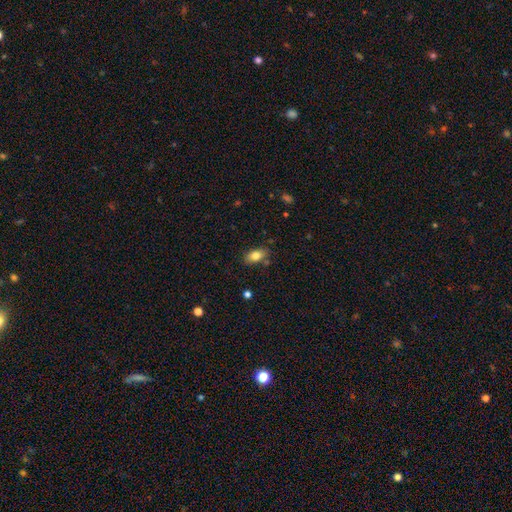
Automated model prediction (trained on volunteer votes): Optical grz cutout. It shows a smooth galaxy with no disk features (80%) that is in between round and cigar-shaped (88%). Merging: none (79%).